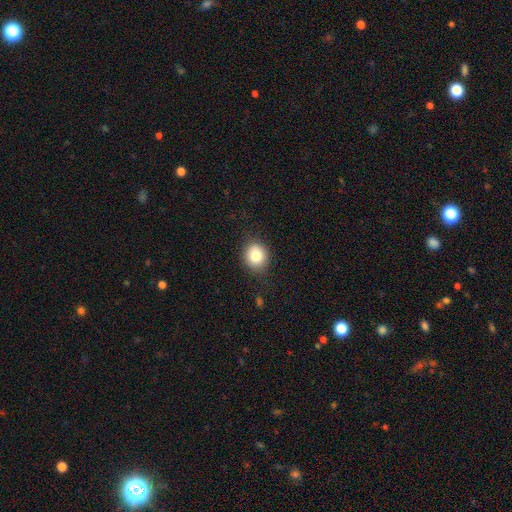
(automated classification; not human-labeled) Smooth or featured: smooth — 82% (star or artifact — 10%)
How rounded: round — 74% (in between — 25%)
Merging: none — 85% (minor disturbance — 11%)